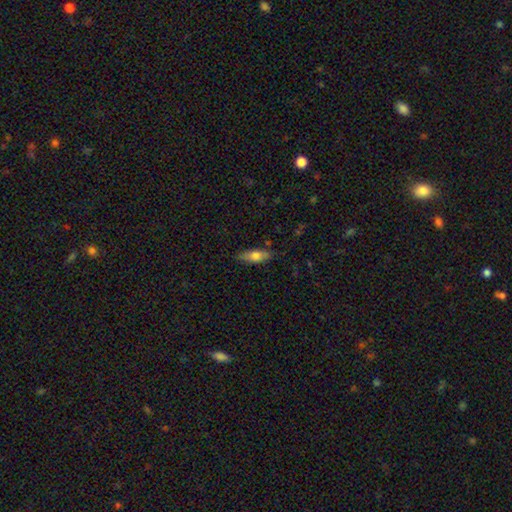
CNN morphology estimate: A smooth galaxy with no disk features (66%) that is in between round and cigar-shaped (62%). Merging: none (81%).